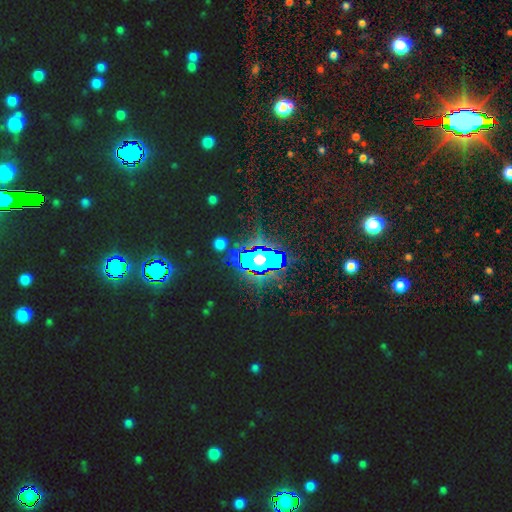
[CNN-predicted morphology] smooth-or-featured: star or artifact: 72% | smooth: 17% | featured or disk: 11%